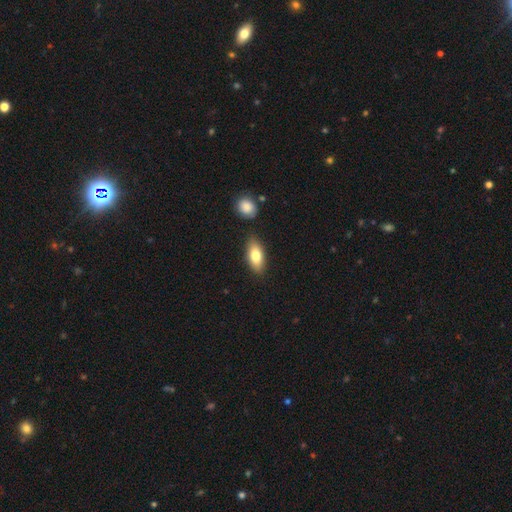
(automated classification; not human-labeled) A smooth galaxy with no disk features (76%) that is in between round and cigar-shaped (84%).

Vote fractions:
- Smooth or featured? smooth: 76% / featured or disk: 17% / star or artifact: 7%
- How rounded? in between: 84% / cigar-shaped: 12% / round: 4%
- Merging? none: 82% / minor disturbance: 11% / merger: 5% / major disturbance: 2%